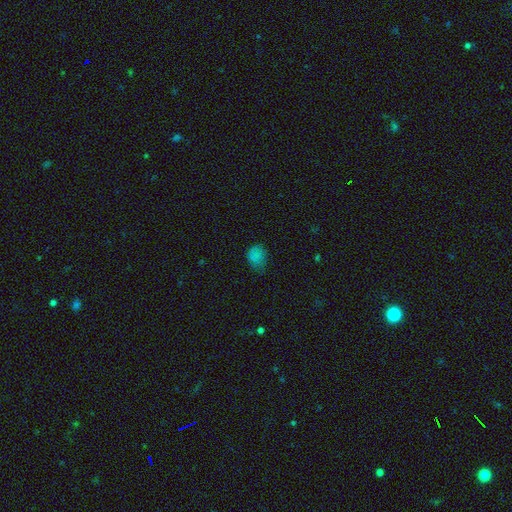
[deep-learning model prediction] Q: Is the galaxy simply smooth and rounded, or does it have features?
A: smooth — 76%.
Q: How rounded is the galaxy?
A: in between — 50%.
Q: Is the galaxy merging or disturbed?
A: none — 53%.